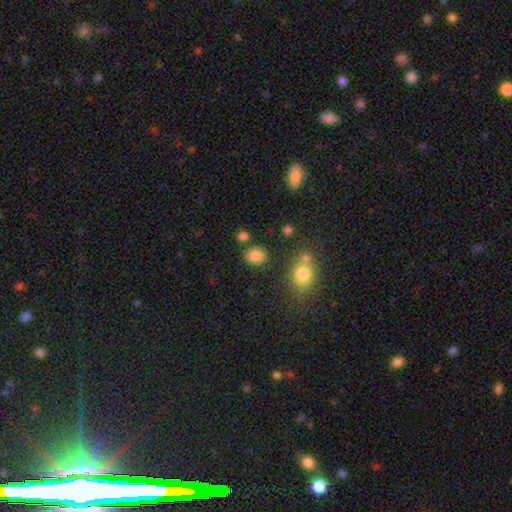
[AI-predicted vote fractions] A smooth galaxy with no disk features (83%) that is round (65%). Merging: none (80%).